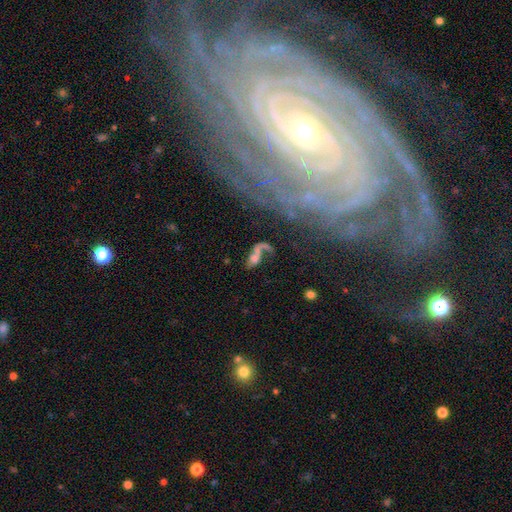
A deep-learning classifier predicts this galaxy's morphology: smooth_or_featured: featured or disk (p=0.47) [alt: smooth p=0.40]
merging: major disturbance (p=0.33) [alt: none p=0.28]